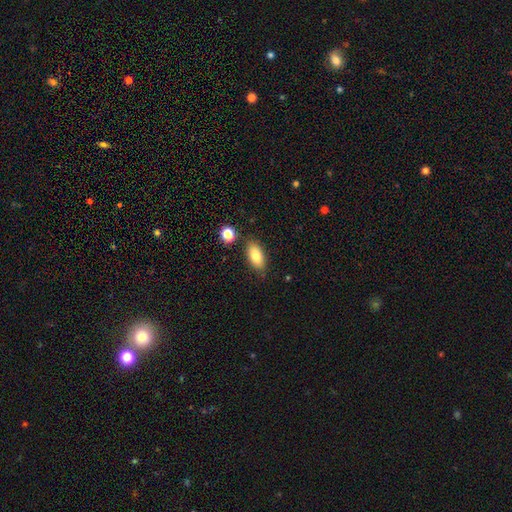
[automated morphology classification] smooth_or_featured: smooth (p=0.80) [alt: featured or disk p=0.12]
how_rounded: in between (p=0.88) [alt: cigar-shaped p=0.07]
merging: none (p=0.82) [alt: minor disturbance p=0.11]